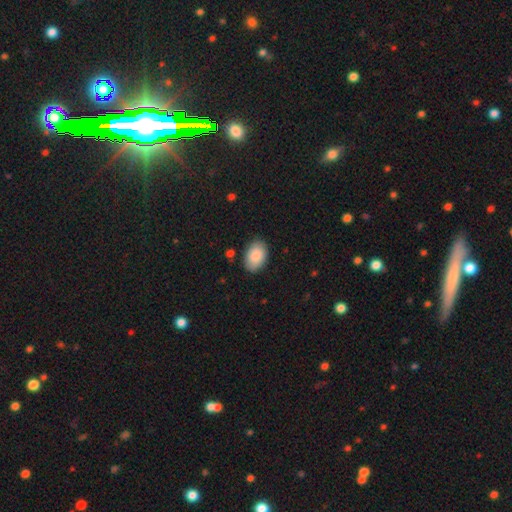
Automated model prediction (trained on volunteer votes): The model was most divided on "merging": none: 83%, minor disturbance: 13%, major disturbance: 3%, merger: 2%. More confident: how rounded — in between (88%); smooth or featured — smooth (86%).